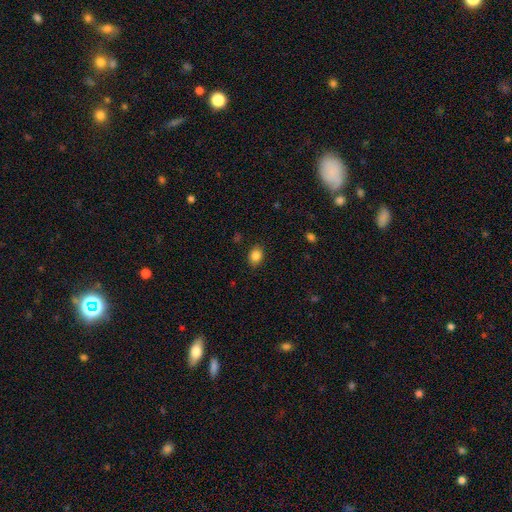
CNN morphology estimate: Smooth or featured?
  - smooth: 85% *
  - star or artifact: 10%
  - featured or disk: 5%
How rounded?
  - in between: 59% *
  - round: 40%
  - cigar-shaped: 1%
Merging?
  - none: 86% *
  - minor disturbance: 10%
  - major disturbance: 3%
  - merger: 1%